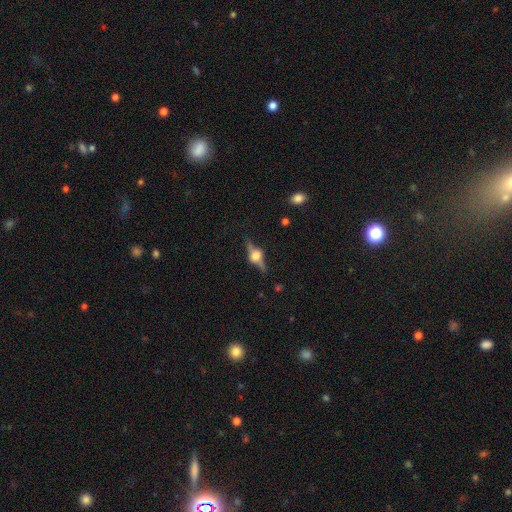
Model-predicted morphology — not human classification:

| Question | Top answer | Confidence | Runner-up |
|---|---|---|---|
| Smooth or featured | featured or disk | 77% | smooth (14%) |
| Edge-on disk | yes | 94% | no (6%) |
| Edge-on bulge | rounded | 93% | boxy (6%) |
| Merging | none | 79% | minor disturbance (14%) |